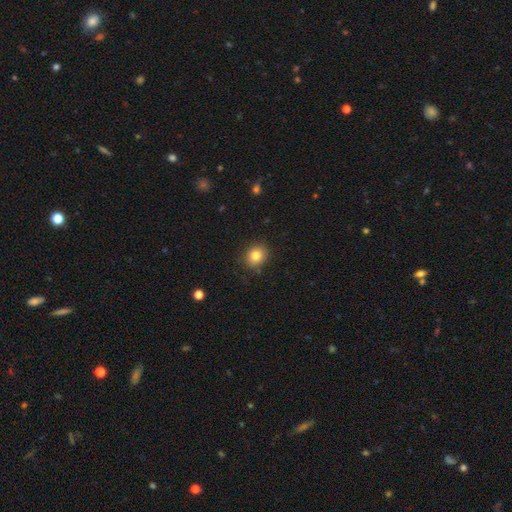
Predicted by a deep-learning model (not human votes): Morphology: type=smooth (82%); roundness=round (75%); merging=none (86%).